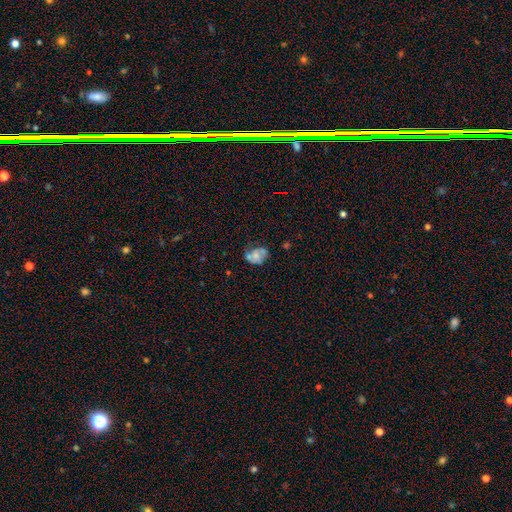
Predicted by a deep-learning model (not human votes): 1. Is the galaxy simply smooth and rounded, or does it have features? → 47% smooth, 42% featured or disk, 11% star or artifact.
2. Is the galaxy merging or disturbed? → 41% none, 28% minor disturbance, 16% major disturbance, 15% merger.